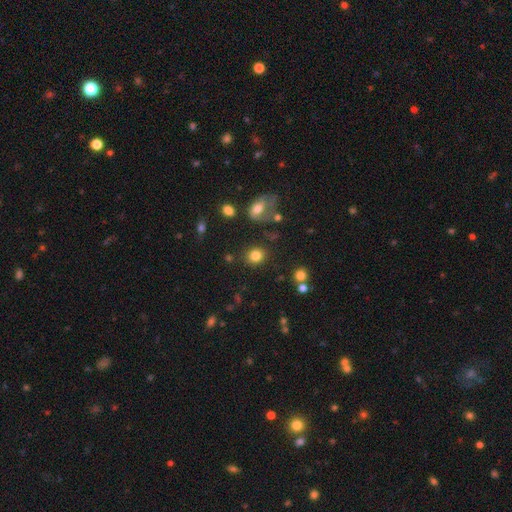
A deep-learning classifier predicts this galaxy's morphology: This appears to be a smooth galaxy with no disk features (83%) that is round (71%). Merging: none (82%).